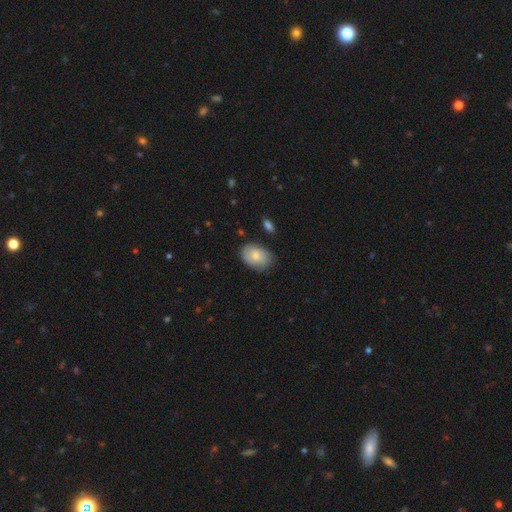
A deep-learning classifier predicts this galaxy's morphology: smooth 77%, featured or disk 17%, star or artifact 6%. Down the decision tree: how rounded — in between (85%); merging — none (76%).